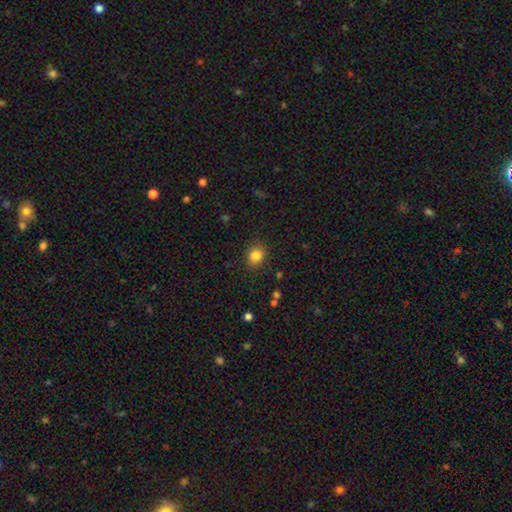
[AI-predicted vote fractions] A smooth galaxy with no disk features (84%) that is round (65%). Merging: none (87%).